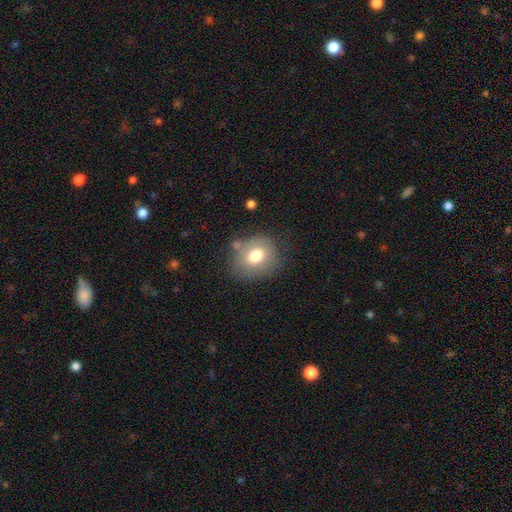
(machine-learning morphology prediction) This is likely a smooth galaxy (75%). How rounded: likely round (67%). Merging: likely none (71%).